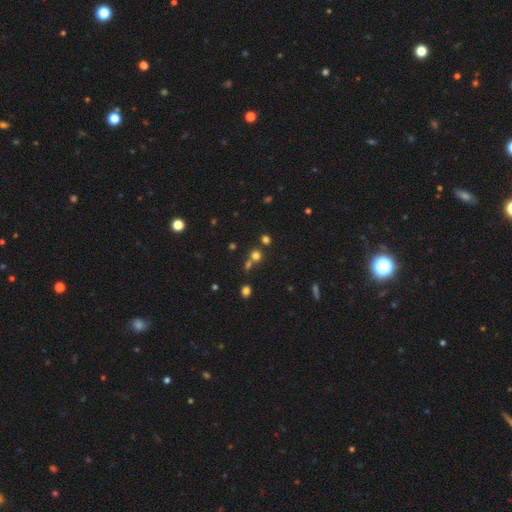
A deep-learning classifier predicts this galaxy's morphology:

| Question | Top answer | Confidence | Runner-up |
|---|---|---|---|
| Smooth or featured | smooth | 66% | star or artifact (25%) |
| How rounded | round | 90% | in between (9%) |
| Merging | none | 63% | merger (27%) |